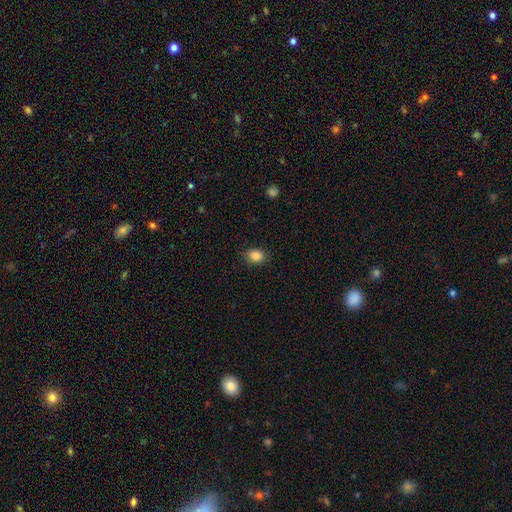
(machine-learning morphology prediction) Smooth or featured? Predicted: smooth (p=0.86). How rounded? Predicted: in between (p=0.55). Merging? Predicted: none (p=0.85).